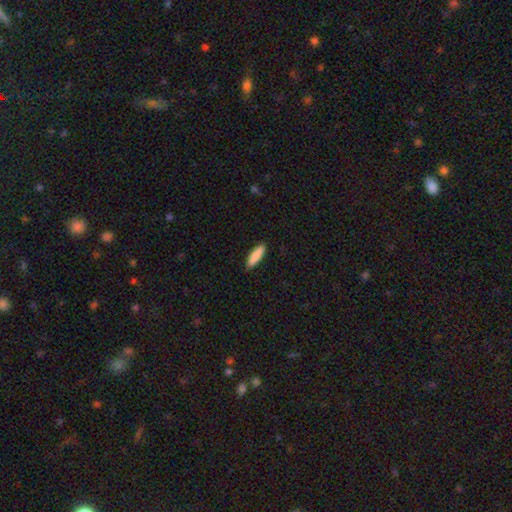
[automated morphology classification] Smooth or featured: smooth — 86% (featured or disk — 8%)
How rounded: cigar-shaped — 65% (in between — 34%)
Merging: none — 88% (minor disturbance — 9%)